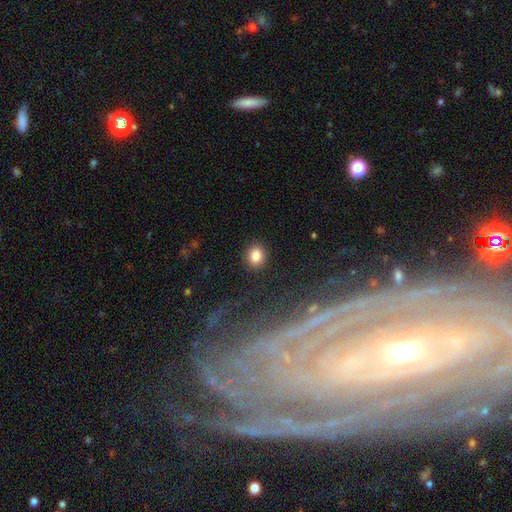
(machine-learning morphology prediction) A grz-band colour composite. It shows a smooth galaxy with no disk features (83%) that is round (69%). Merging: none (89%).